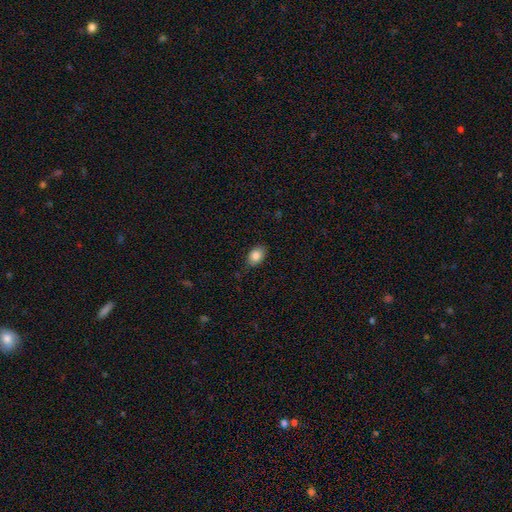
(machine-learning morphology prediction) Overall: smooth (84%). How rounded: in between (82%). Merging: none (81%).